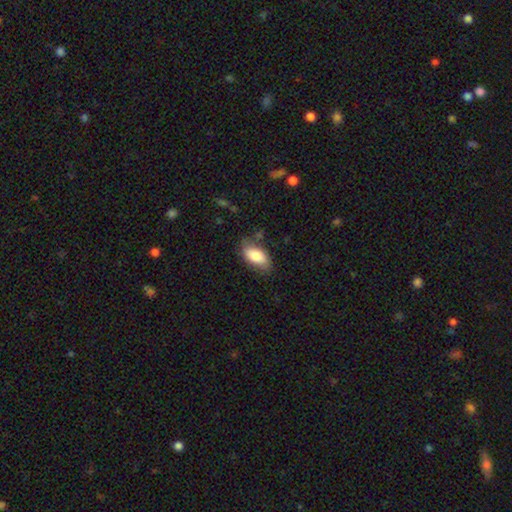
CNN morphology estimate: smooth 83%, featured or disk 11%, star or artifact 6%. Down the decision tree: how rounded — in between (90%); merging — none (71%).